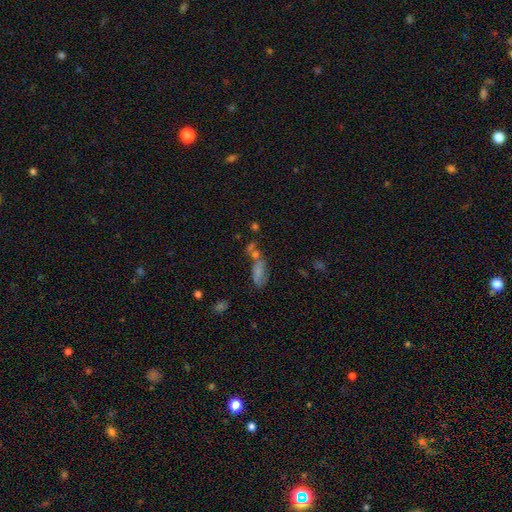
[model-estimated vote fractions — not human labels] Smooth or featured? smooth (43%)
Merging? none (42%)